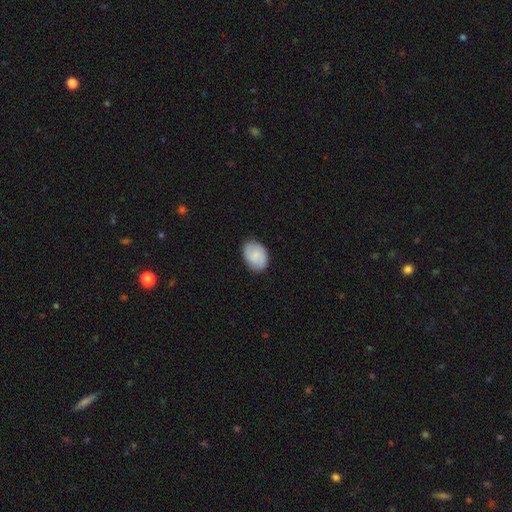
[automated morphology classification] Smooth or featured: smooth — 72% (featured or disk — 21%)
How rounded: in between — 77% (round — 22%)
Merging: none — 85% (minor disturbance — 12%)